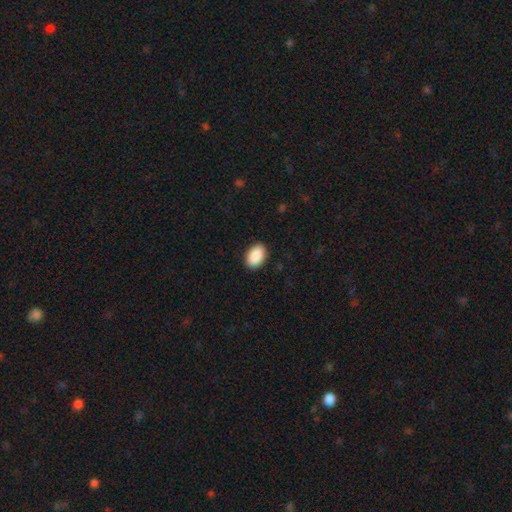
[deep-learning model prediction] Overall: smooth (91%). How rounded: in between (91%). Merging: none (90%).